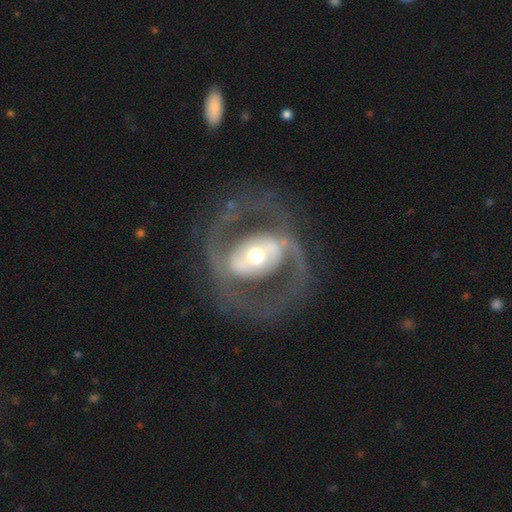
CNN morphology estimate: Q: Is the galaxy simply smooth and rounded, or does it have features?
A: featured or disk — 83%.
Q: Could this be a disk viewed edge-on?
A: no — 95%.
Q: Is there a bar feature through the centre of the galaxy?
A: no — 38%.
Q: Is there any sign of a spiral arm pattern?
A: yes — 70%.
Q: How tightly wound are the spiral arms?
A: medium — 50%.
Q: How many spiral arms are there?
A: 2 — 86%.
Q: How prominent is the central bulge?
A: moderate — 63%.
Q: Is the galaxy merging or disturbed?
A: none — 73%.